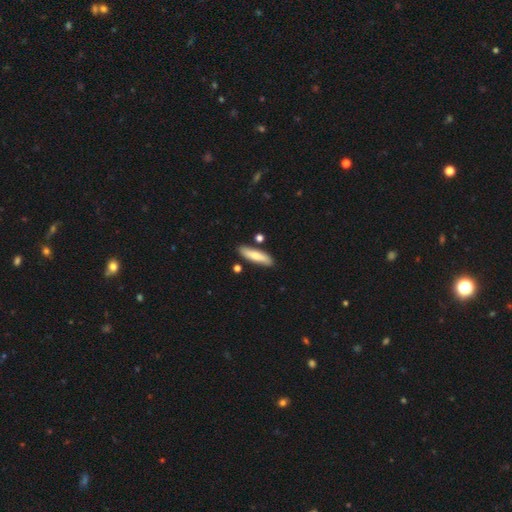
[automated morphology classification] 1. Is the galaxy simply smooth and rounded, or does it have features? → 72% smooth, 23% featured or disk, 6% star or artifact.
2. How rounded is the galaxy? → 68% cigar-shaped, 30% in between, 2% round.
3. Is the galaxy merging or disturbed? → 83% none, 11% minor disturbance, 5% merger, 2% major disturbance.